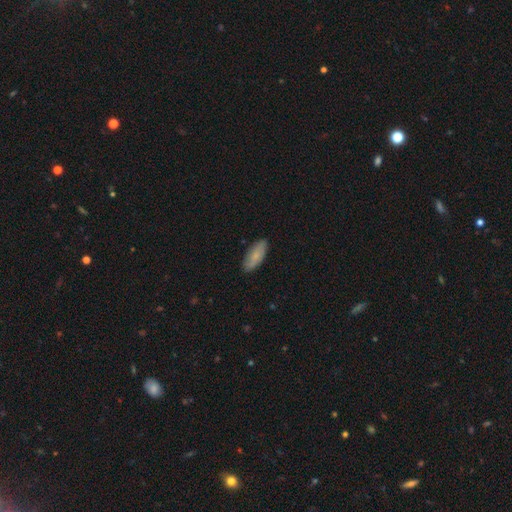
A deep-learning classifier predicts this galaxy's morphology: This appears to be a smooth galaxy with no disk features (79%) that is in between round and cigar-shaped (76%). Merging: none (87%).